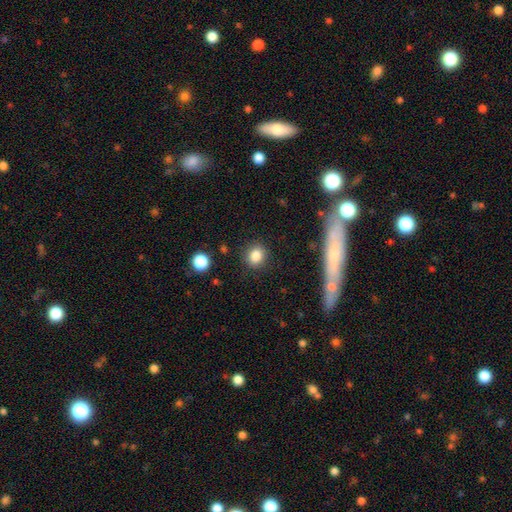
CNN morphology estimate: This appears to be a smooth galaxy with no disk features (83%) that is round (75%). Merging: none (88%).